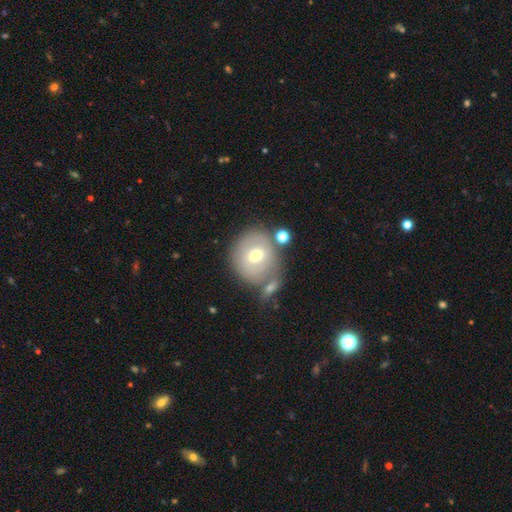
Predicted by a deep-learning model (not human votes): Overall: smooth (54%; featured or disk 37%). How rounded: round (79%). Merging: none (58%; merger 18%).